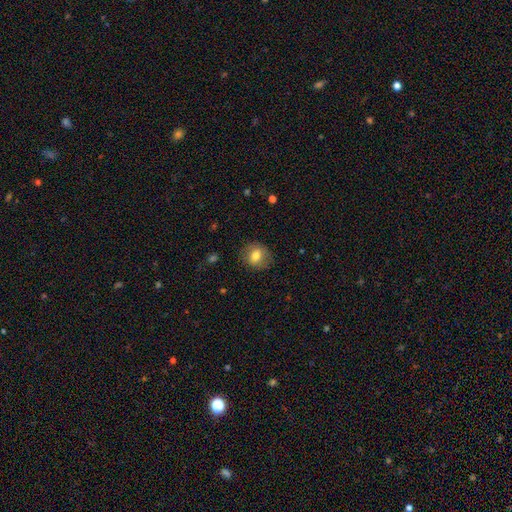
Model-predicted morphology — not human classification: This is likely a smooth galaxy (74%). How rounded: likely round (69%). Merging: clearly none (82%).